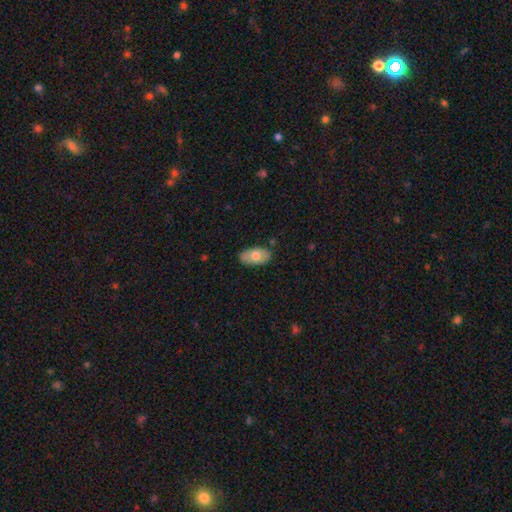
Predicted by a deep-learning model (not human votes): A smooth galaxy with no disk features (66%) that is in between round and cigar-shaped (93%).

Vote fractions:
- Smooth or featured? smooth: 66% / featured or disk: 28% / star or artifact: 6%
- How rounded? in between: 93% / round: 5% / cigar-shaped: 2%
- Merging? none: 81% / minor disturbance: 15% / major disturbance: 3% / merger: 1%